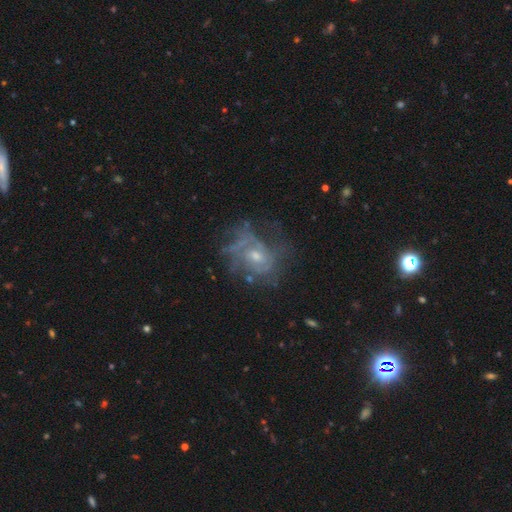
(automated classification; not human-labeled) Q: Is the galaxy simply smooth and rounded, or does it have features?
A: featured or disk — 74%.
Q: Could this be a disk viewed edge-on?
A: no — 97%.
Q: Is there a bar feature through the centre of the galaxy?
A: no — 70%.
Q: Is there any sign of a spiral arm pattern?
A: yes — 69%.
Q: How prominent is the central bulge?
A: small — 50%.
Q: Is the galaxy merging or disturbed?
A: none — 49%.